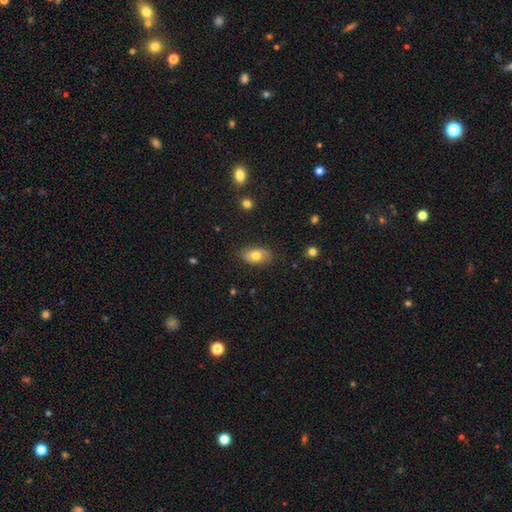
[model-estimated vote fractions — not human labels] Smooth or featured? smooth (69%)
How rounded? in between (90%)
Merging? none (78%)